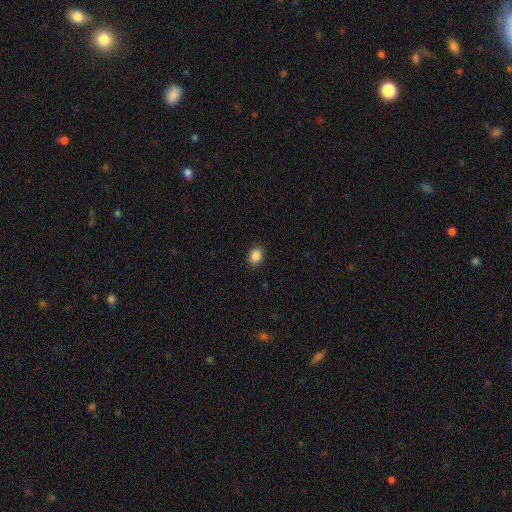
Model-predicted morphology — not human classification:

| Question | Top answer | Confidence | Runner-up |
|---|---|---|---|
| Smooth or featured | smooth | 86% | star or artifact (10%) |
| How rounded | in between | 52% | round (47%) |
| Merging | none | 87% | minor disturbance (10%) |